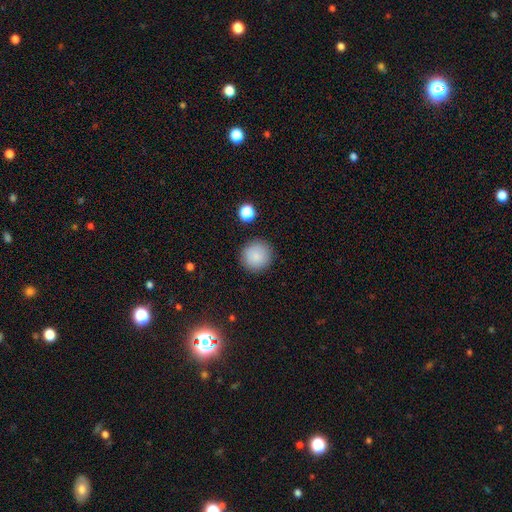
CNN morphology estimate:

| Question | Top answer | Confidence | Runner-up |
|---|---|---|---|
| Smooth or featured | smooth | 86% | star or artifact (9%) |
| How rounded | round | 95% | in between (4%) |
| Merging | none | 90% | minor disturbance (6%) |